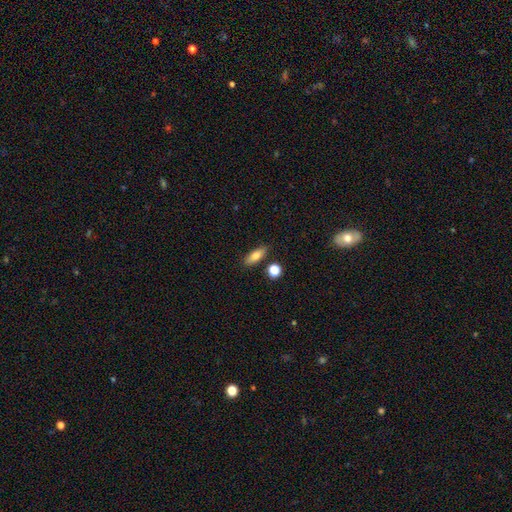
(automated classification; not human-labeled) smooth_or_featured: smooth (p=0.76) [alt: featured or disk p=0.16]
how_rounded: in between (p=0.63) [alt: cigar-shaped p=0.32]
merging: none (p=0.82) [alt: minor disturbance p=0.10]